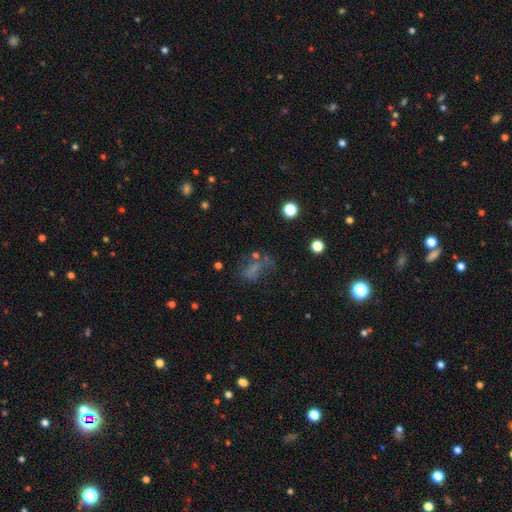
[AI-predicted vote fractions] Q: Smooth or featured?
A: star or artifact (40%); runner-up: smooth (34%)